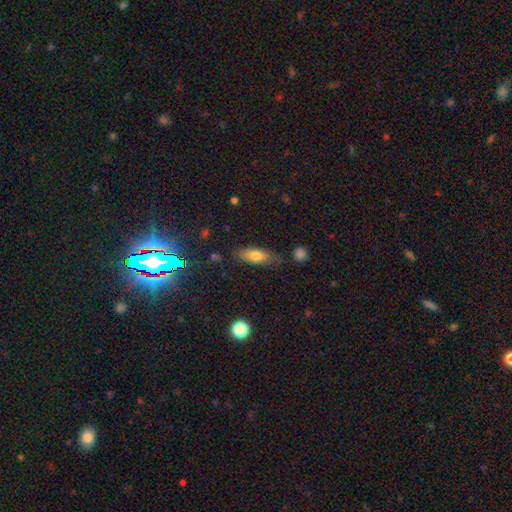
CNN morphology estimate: smooth 74%, featured or disk 18%, star or artifact 8%. Down the decision tree: how rounded — in between (68%); merging — none (77%).